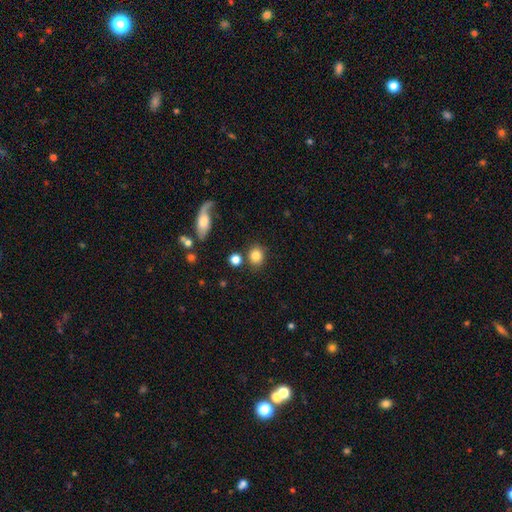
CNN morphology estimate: type=smooth (83%); roundness=round (76%); merging=none (79%).